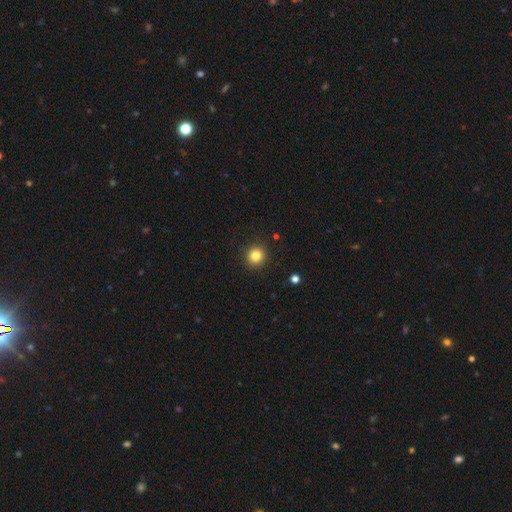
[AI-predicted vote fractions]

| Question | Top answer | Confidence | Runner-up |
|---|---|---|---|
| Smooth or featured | smooth | 83% | star or artifact (11%) |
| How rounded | round | 90% | in between (9%) |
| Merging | none | 91% | minor disturbance (6%) |